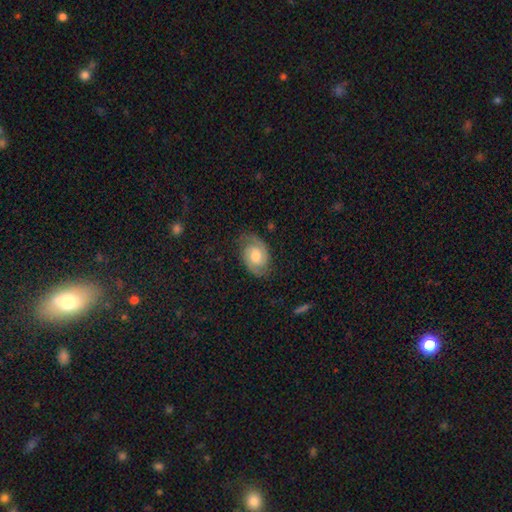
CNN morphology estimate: This appears to be a featured or disk galaxy (70%) with no bar (64%), 2 (87%) medium (44%) spiral arms (92%) and a moderate central bulge (68%). Merging: none (75%).